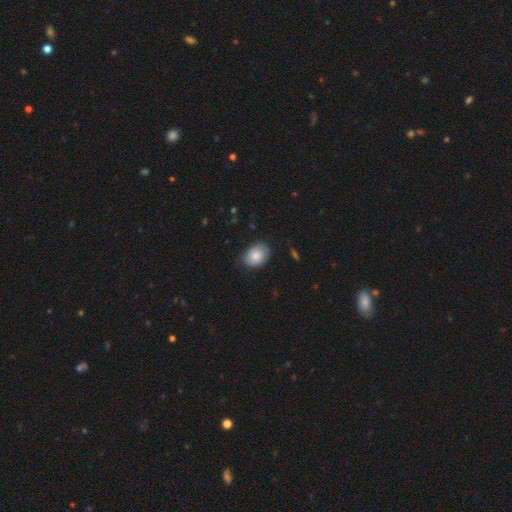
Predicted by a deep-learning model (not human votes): A smooth galaxy with no disk features (80%) that is in between round and cigar-shaped (67%).

Vote fractions:
- Smooth or featured? smooth: 80% / featured or disk: 14% / star or artifact: 7%
- How rounded? in between: 67% / round: 32% / cigar-shaped: 1%
- Merging? none: 76% / minor disturbance: 19% / major disturbance: 3% / merger: 1%